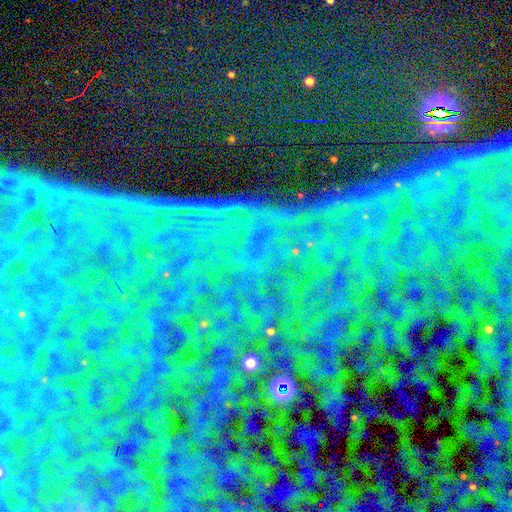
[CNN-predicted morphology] Smooth or featured? star or artifact (86%)